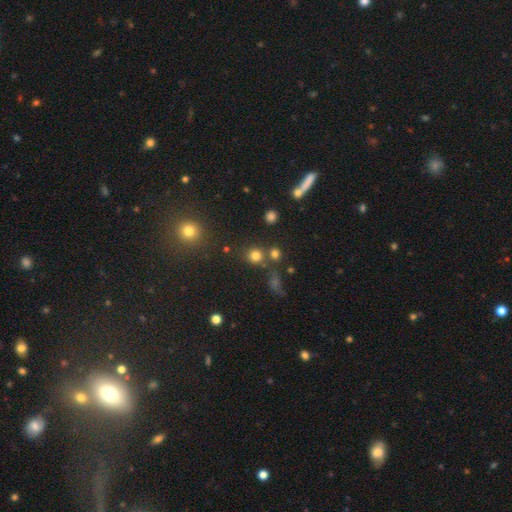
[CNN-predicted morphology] smooth 77%, star or artifact 17%, featured or disk 7%. Down the decision tree: how rounded — round (89%); merging — none (71%).